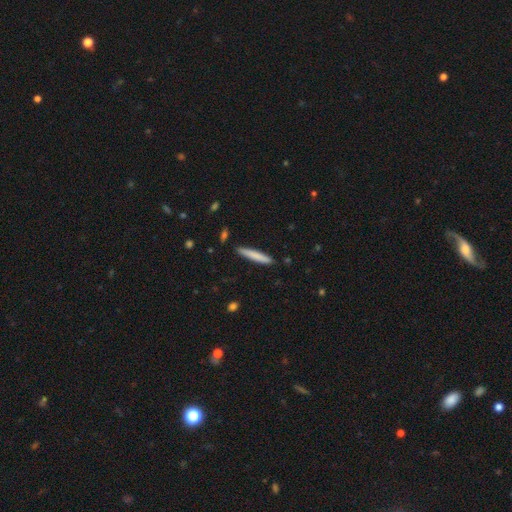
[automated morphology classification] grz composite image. It shows a smooth galaxy with no disk features (78%) that is cigar-shaped (94%). Merging: none (89%).